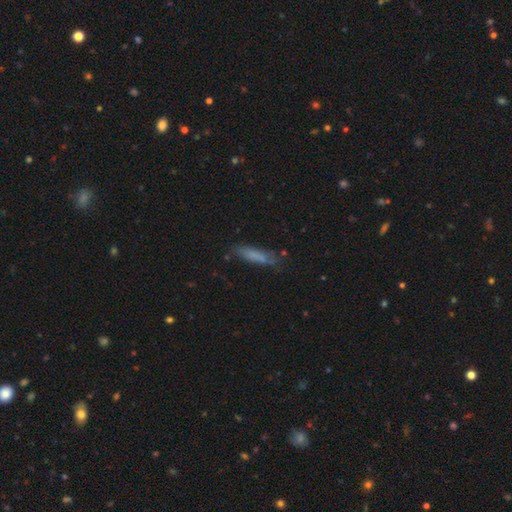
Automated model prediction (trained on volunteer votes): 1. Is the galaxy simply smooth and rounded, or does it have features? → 72% smooth, 19% featured or disk, 9% star or artifact.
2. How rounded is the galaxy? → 80% cigar-shaped, 18% in between, 2% round.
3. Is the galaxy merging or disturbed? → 73% none, 19% minor disturbance, 5% major disturbance, 3% merger.